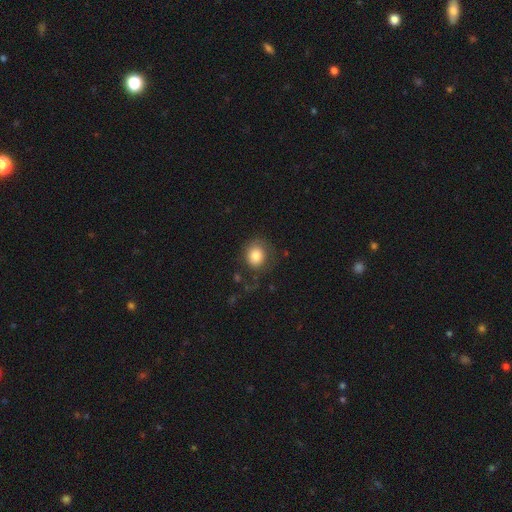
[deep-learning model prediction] Morphology: type=smooth (81%); roundness=round (72%); merging=none (66%).